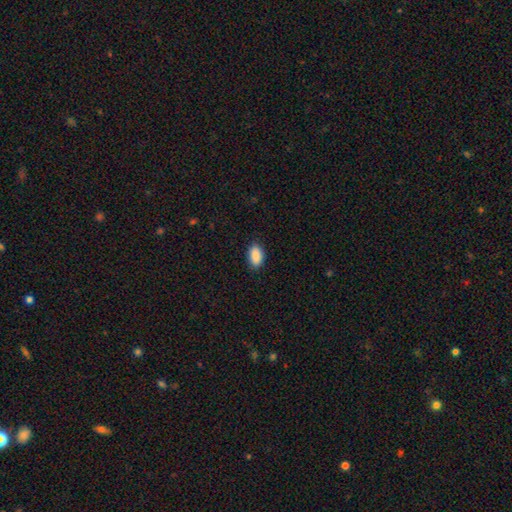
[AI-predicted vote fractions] smooth_or_featured: smooth (p=0.90) [alt: star or artifact p=0.07]
how_rounded: in between (p=0.93) [alt: round p=0.05]
merging: none (p=0.88) [alt: minor disturbance p=0.09]